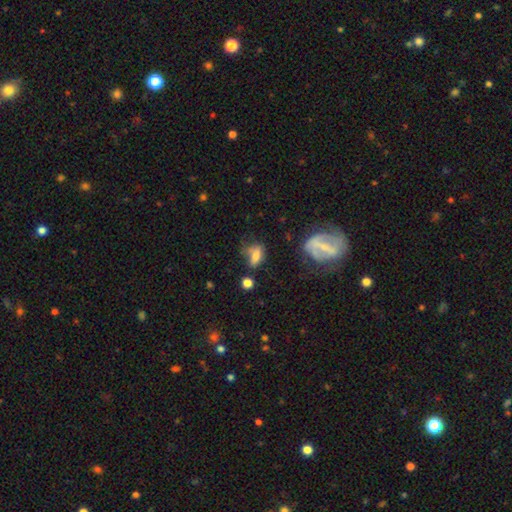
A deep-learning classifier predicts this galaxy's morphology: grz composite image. It shows a smooth galaxy with no disk features (62%) that is in between round and cigar-shaped (75%). Merging: none (41%).